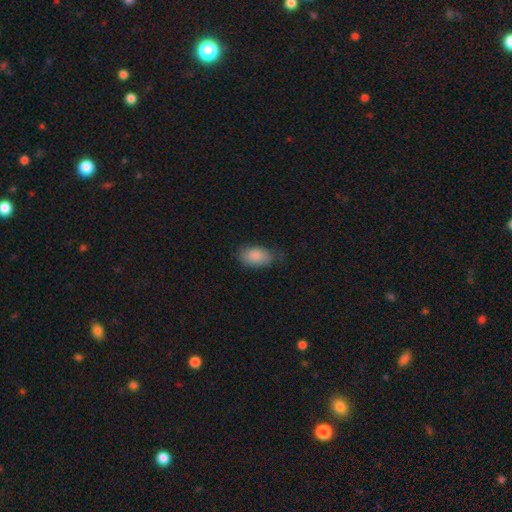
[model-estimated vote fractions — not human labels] Smooth or featured? smooth (86%)
How rounded? in between (91%)
Merging? none (68%)